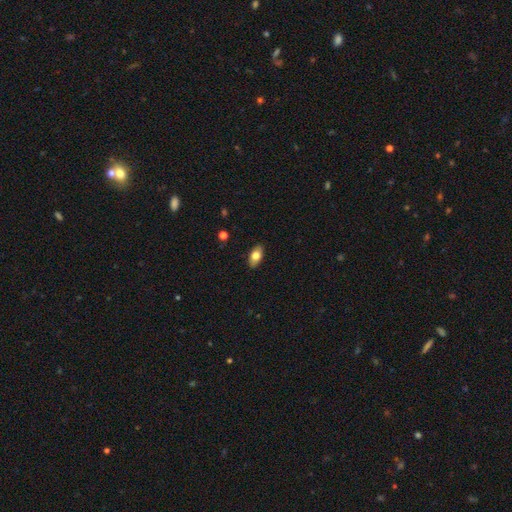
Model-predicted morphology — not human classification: smooth-or-featured: smooth: 73% | featured or disk: 20% | star or artifact: 7%
  how-rounded: in between: 89% | cigar-shaped: 6% | round: 5%
  merging: none: 88% | minor disturbance: 9% | major disturbance: 2% | merger: 1%